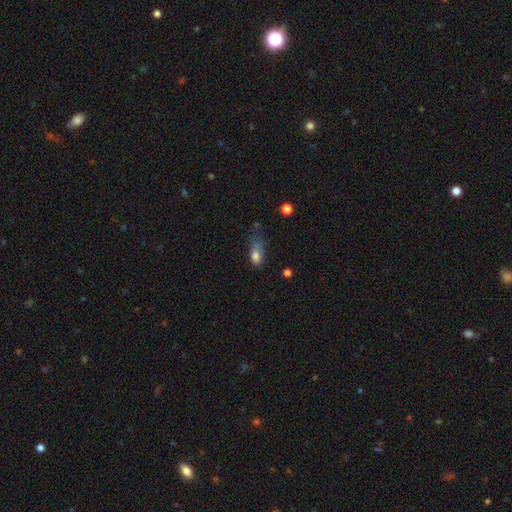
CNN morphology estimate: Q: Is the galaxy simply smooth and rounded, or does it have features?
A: smooth — 76%.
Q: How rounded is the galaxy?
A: in between — 79%.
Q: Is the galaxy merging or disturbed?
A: major disturbance — 38%.